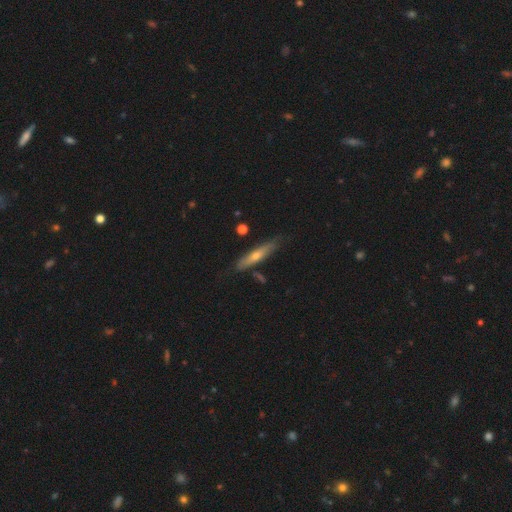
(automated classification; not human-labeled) smooth-or-featured: featured or disk: 51% | smooth: 43% | star or artifact: 6%
  disk-edge-on: yes: 83% | no: 17%
  merging: none: 80% | minor disturbance: 14% | merger: 3% | major disturbance: 3%